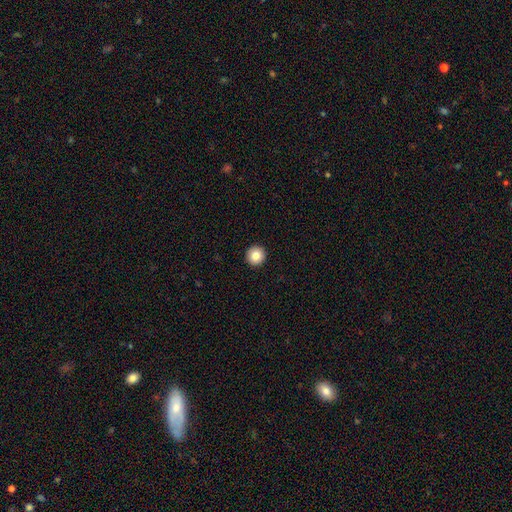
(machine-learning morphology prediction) Smooth or featured: smooth — 84% (star or artifact — 9%)
How rounded: round — 96% (in between — 3%)
Merging: none — 94% (minor disturbance — 4%)